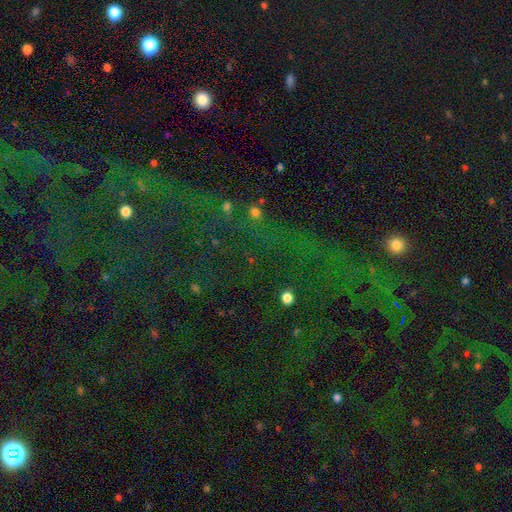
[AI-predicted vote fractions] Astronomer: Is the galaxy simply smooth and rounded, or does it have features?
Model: star or artifact — 77%.